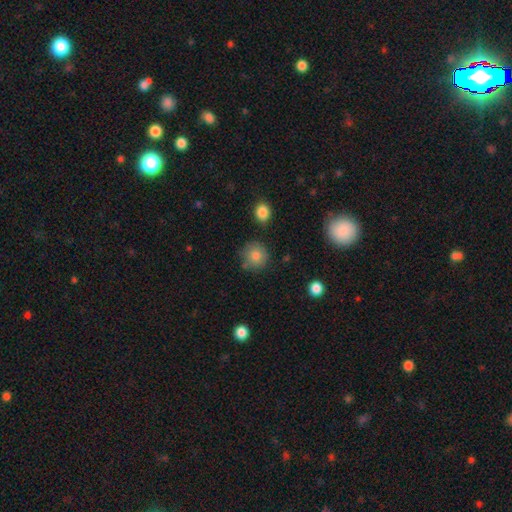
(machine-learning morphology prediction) Smooth or featured? smooth (81%)
How rounded? round (90%)
Merging? none (77%)